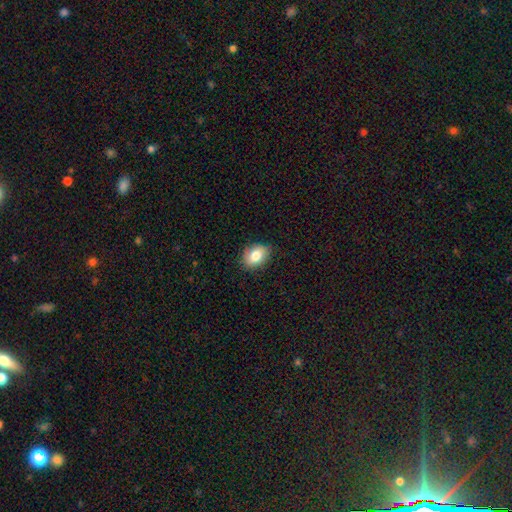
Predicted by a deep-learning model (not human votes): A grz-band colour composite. It shows a smooth galaxy with no disk features (82%) that is in between round and cigar-shaped (73%). Merging: none (82%).